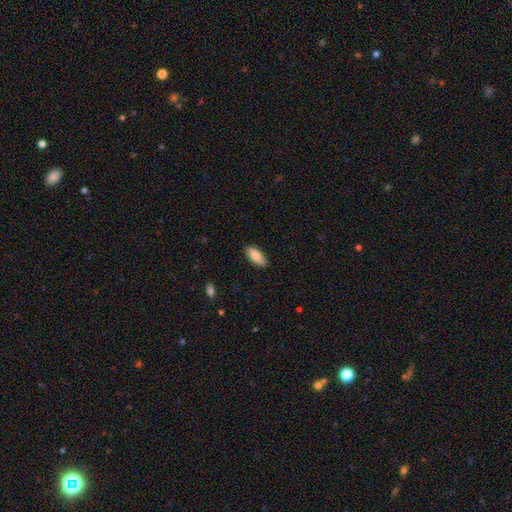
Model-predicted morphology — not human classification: Smooth or featured? Predicted: smooth (p=0.85). How rounded? Predicted: in between (p=0.85). Merging? Predicted: none (p=0.85).